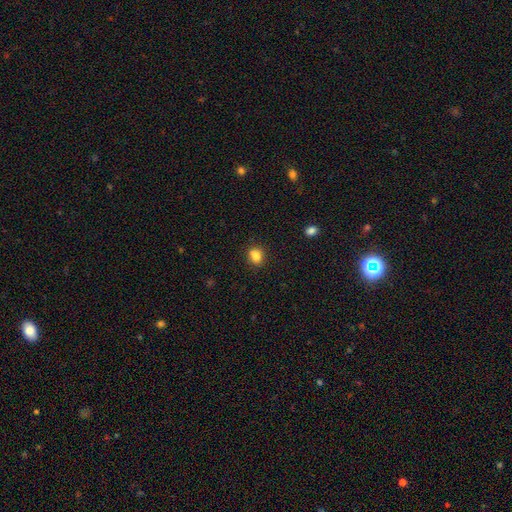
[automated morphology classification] Smooth or featured?
  - smooth: 84% *
  - star or artifact: 11%
  - featured or disk: 5%
How rounded?
  - round: 55% *
  - in between: 44%
  - cigar-shaped: 1%
Merging?
  - none: 79% *
  - minor disturbance: 13%
  - merger: 5%
  - major disturbance: 3%